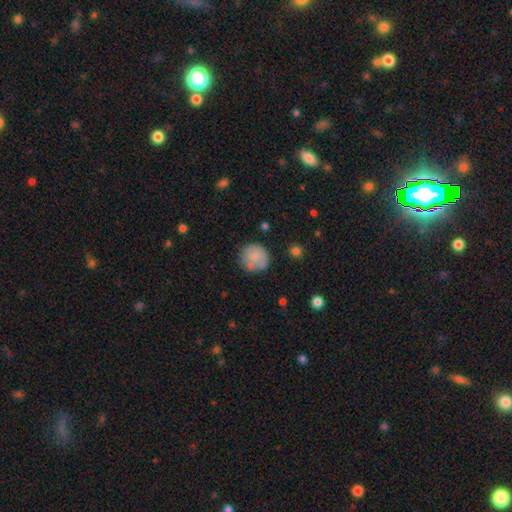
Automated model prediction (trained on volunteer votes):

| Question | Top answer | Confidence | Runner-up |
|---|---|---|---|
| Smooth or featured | smooth | 72% | featured or disk (20%) |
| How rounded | round | 91% | in between (8%) |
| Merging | none | 65% | minor disturbance (20%) |